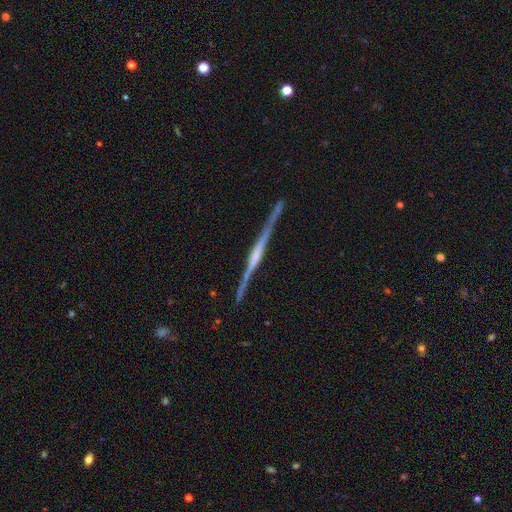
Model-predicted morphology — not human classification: featured or disk 85%, smooth 9%, star or artifact 6%. Down the decision tree: edge-on disk — yes (98%); edge-on bulge — rounded (40%); merging — none (88%).